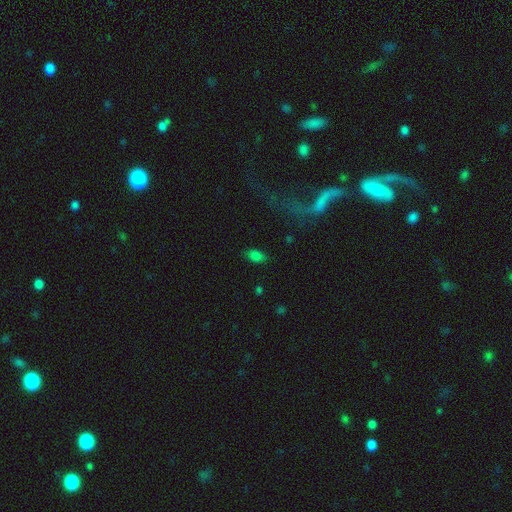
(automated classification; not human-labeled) This appears to be a smooth galaxy with no disk features (79%) that is in between round and cigar-shaped (89%). Merging: none (80%).